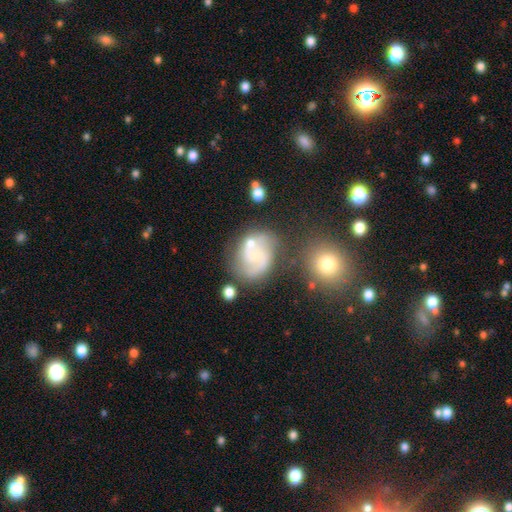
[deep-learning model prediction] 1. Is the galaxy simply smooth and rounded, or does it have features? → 76% featured or disk, 16% smooth, 8% star or artifact.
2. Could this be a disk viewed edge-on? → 98% no, 2% yes.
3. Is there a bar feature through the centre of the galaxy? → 56% no, 38% weak, 6% strong.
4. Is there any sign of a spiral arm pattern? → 92% yes, 8% no.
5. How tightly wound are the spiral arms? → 54% medium, 25% loose, 22% tight.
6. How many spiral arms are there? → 81% 2, 8% can't tell, 5% 3, 3% 1, 2% 4, 2% more than 4.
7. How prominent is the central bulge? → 66% small, 20% moderate, 12% none, 2% large, 1% dominant.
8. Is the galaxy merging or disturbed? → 57% none, 17% minor disturbance, 16% merger, 10% major disturbance.